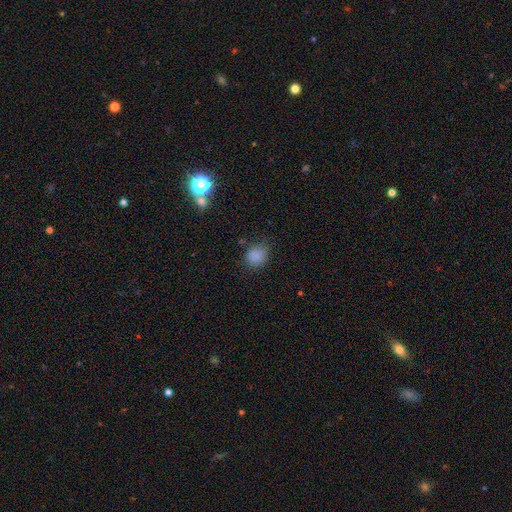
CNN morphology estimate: Smooth or featured?
  - smooth: 84% *
  - star or artifact: 11%
  - featured or disk: 4%
How rounded?
  - round: 74% *
  - in between: 25%
  - cigar-shaped: 1%
Merging?
  - none: 78% *
  - minor disturbance: 16%
  - major disturbance: 4%
  - merger: 2%